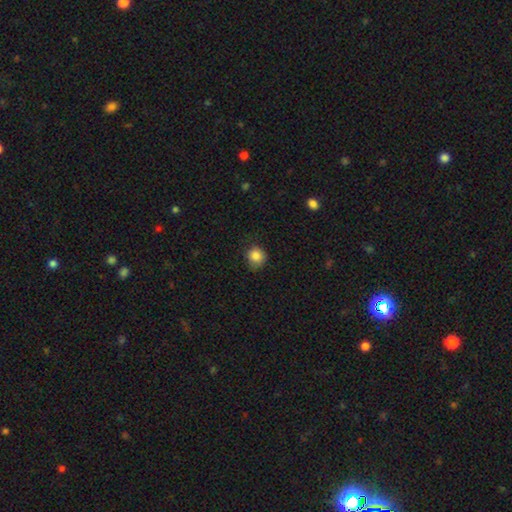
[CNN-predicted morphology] smooth 86%, star or artifact 10%, featured or disk 4%. Down the decision tree: how rounded — round (87%); merging — none (73%).